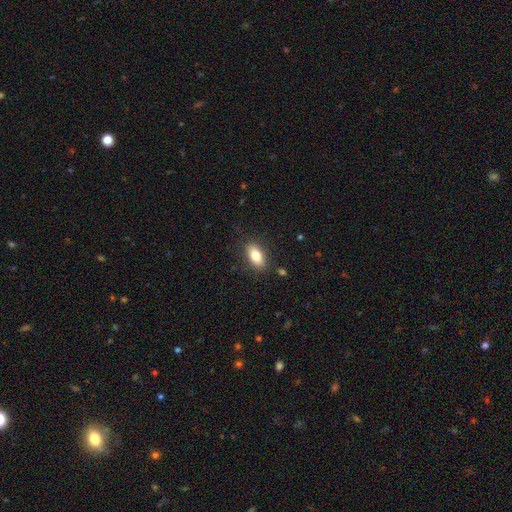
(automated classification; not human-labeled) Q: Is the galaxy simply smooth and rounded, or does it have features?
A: smooth — 79%.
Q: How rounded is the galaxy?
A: in between — 88%.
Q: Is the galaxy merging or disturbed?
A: none — 85%.